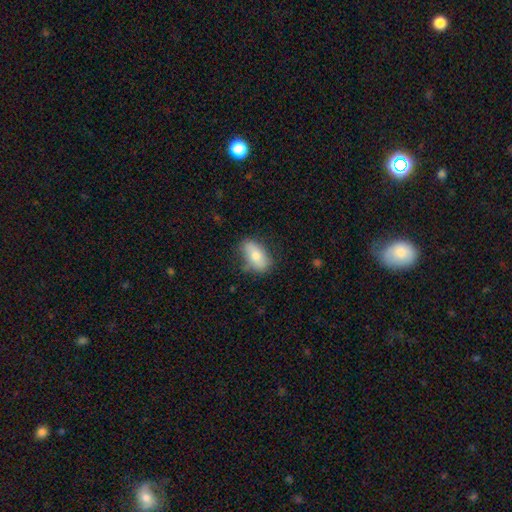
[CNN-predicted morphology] Q: Smooth or featured?
A: smooth (75%); runner-up: featured or disk (18%)
Q: How rounded?
A: in between (90%); runner-up: round (5%)
Q: Merging?
A: none (63%); runner-up: minor disturbance (27%)